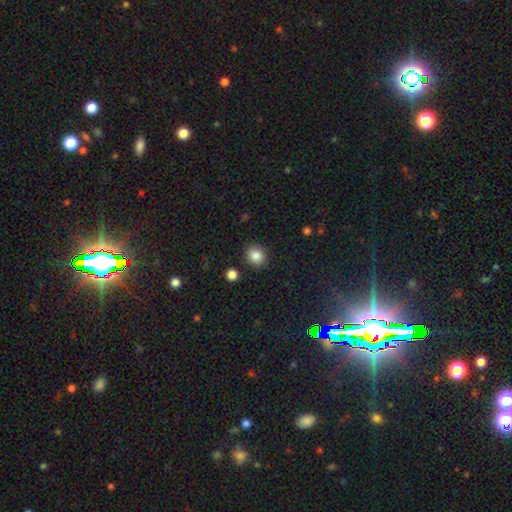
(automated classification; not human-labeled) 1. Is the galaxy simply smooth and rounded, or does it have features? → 85% smooth, 10% star or artifact, 5% featured or disk.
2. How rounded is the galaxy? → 84% round, 15% in between, 1% cigar-shaped.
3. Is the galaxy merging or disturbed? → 87% none, 8% minor disturbance, 3% merger, 2% major disturbance.